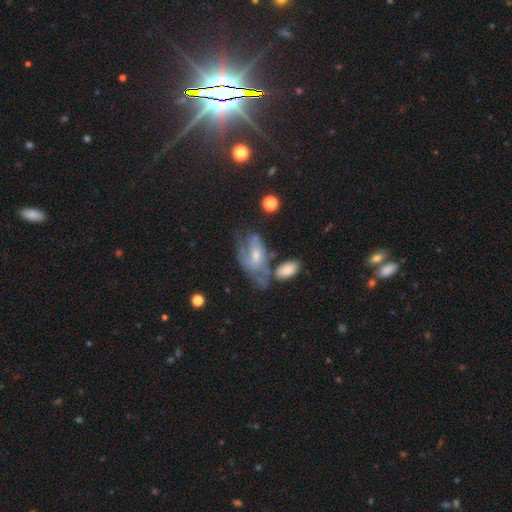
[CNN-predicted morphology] A featured or disk galaxy (63%) with no bar (60%), spiral arms (73%) and a small central bulge (50%). Merging: none (33%).